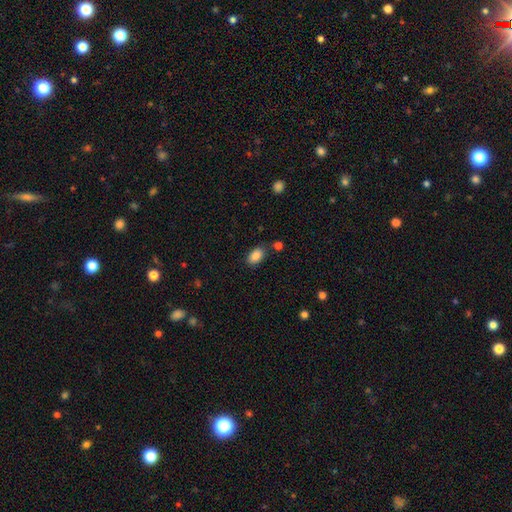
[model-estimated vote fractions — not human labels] This appears to be a smooth galaxy with no disk features (86%) that is in between round and cigar-shaped (91%). Merging: none (79%).